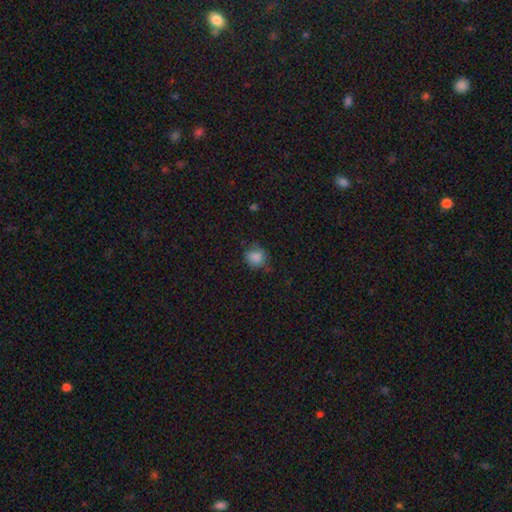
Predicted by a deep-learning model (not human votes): smooth-or-featured: smooth: 85% | star or artifact: 10% | featured or disk: 5%
  how-rounded: round: 79% | in between: 20% | cigar-shaped: 1%
  merging: none: 71% | minor disturbance: 22% | major disturbance: 5% | merger: 2%